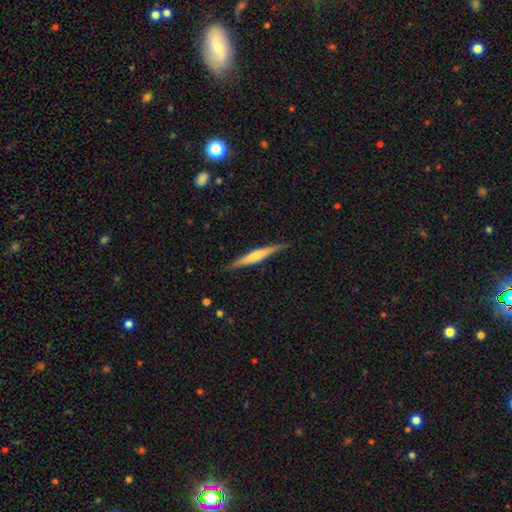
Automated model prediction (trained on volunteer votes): smooth_or_featured: featured or disk (p=0.53) [alt: smooth p=0.42]
disk_edge_on: yes (p=0.97) [alt: no p=0.03]
edge_on_bulge: rounded (p=0.58) [alt: none p=0.29]
merging: none (p=0.88) [alt: minor disturbance p=0.09]